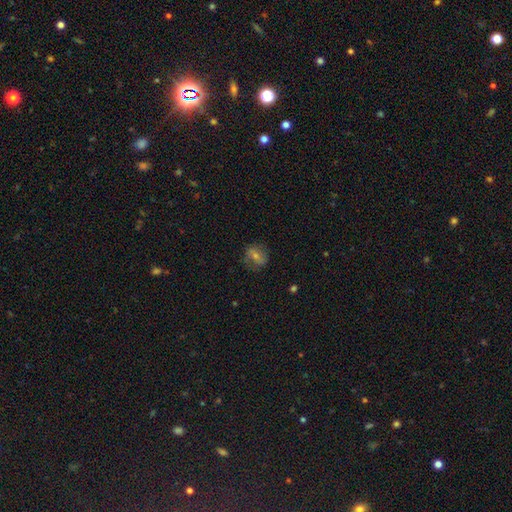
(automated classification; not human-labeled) Smooth or featured? featured or disk (47%)
Merging? none (77%)